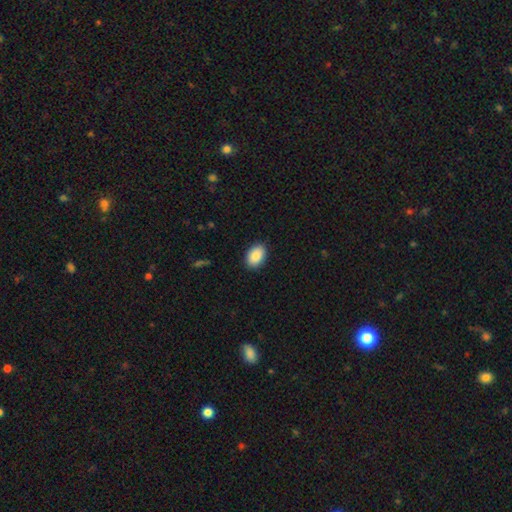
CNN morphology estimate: type=smooth (88%); roundness=in between (89%); merging=none (89%).